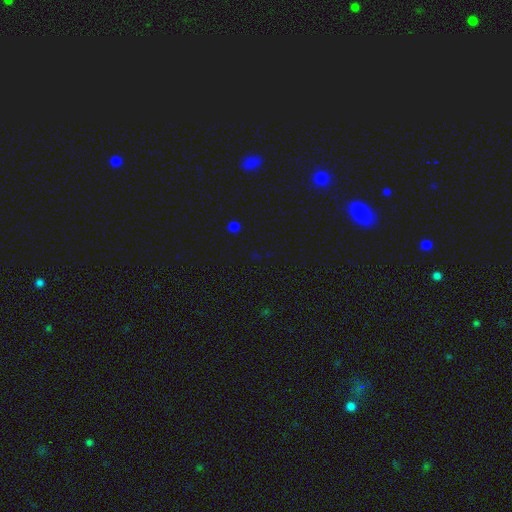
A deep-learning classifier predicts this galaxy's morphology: This is likely a star or artifact rather than a galaxy (65%).